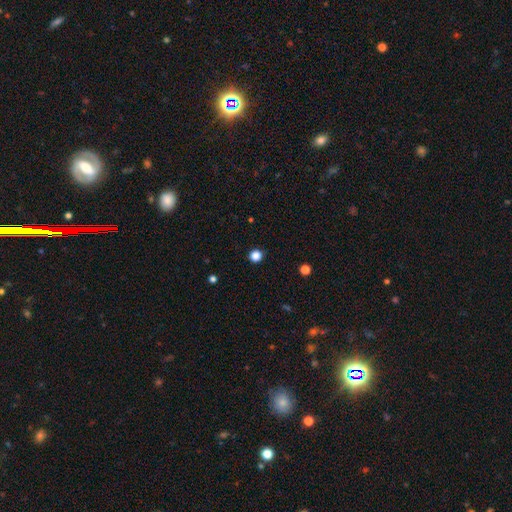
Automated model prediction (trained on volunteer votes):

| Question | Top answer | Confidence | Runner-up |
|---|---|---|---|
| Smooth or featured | smooth | 84% | star or artifact (13%) |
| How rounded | round | 93% | in between (6%) |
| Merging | none | 93% | minor disturbance (5%) |